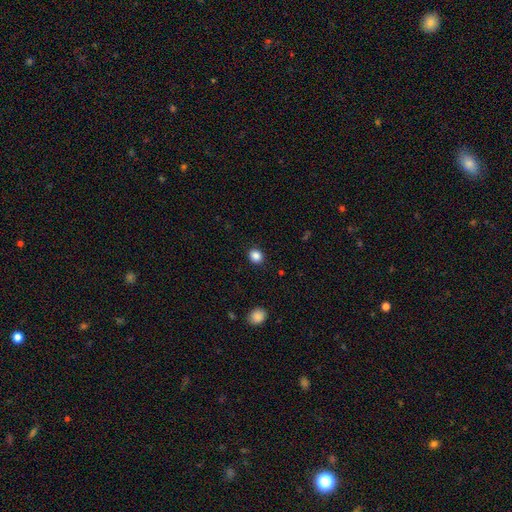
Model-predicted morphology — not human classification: type=smooth (87%); roundness=round (71%); merging=none (91%).